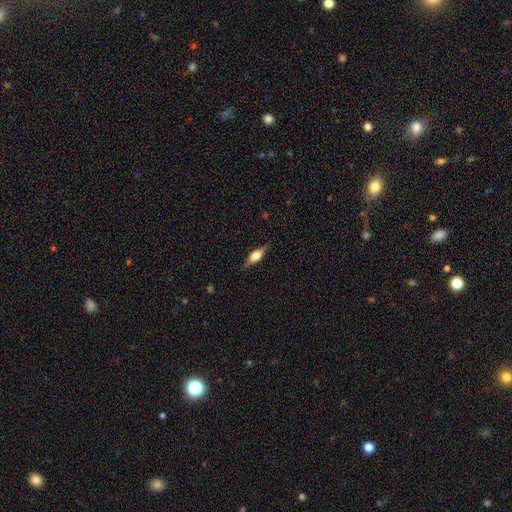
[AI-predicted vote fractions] A featured or disk galaxy (55%) viewed edge-on (94%) with a rounded central bulge (90%). Merging: none (83%).